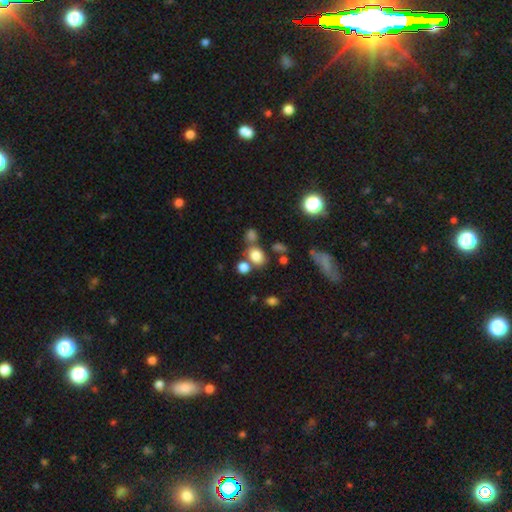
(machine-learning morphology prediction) smooth_or_featured: smooth (p=0.79) [alt: star or artifact p=0.13]
how_rounded: round (p=0.53) [alt: in between p=0.46]
merging: none (p=0.60) [alt: merger p=0.22]